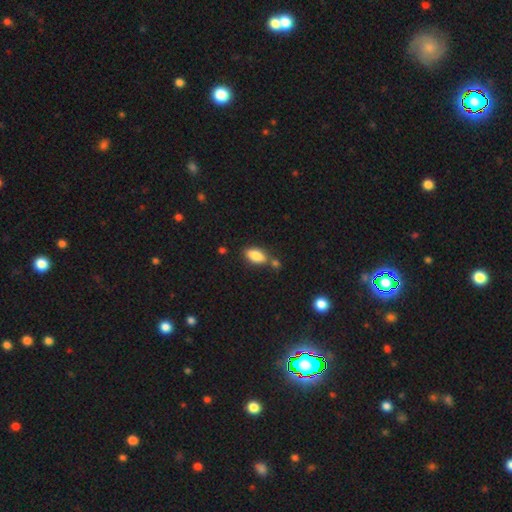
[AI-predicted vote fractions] smooth-or-featured: smooth: 84% | featured or disk: 9% | star or artifact: 8%
  how-rounded: in between: 89% | cigar-shaped: 7% | round: 4%
  merging: none: 65% | merger: 18% | minor disturbance: 14% | major disturbance: 4%